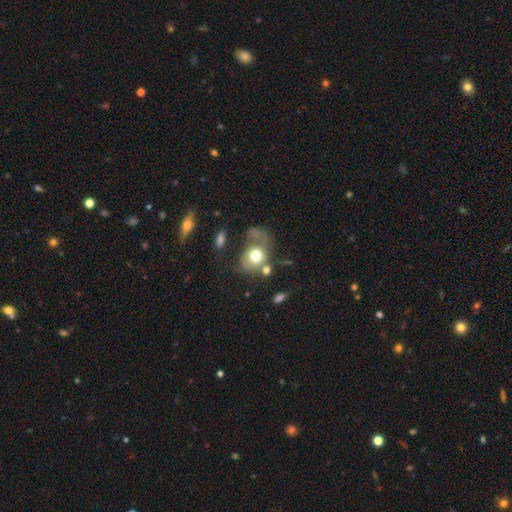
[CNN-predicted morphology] Smooth or featured? Predicted: smooth (p=0.66). How rounded? Predicted: round (p=0.54). Merging? Predicted: major disturbance (p=0.36).